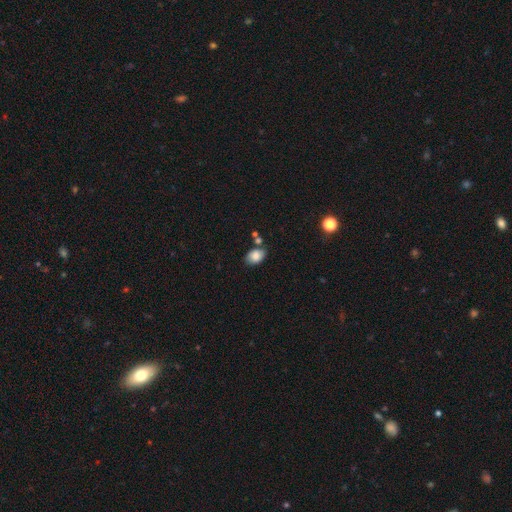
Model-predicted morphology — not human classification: Smooth or featured? smooth (84%)
How rounded? in between (82%)
Merging? none (67%)